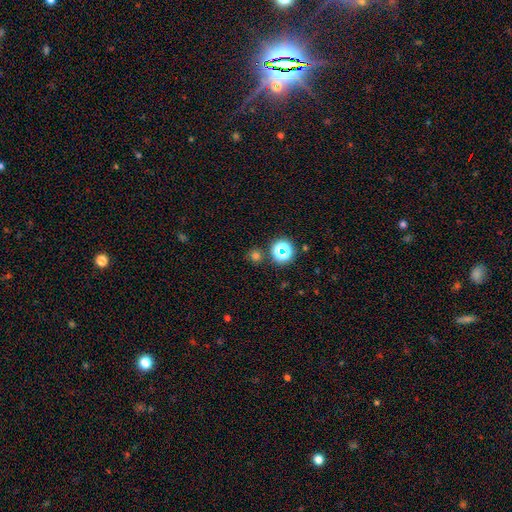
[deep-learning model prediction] Smooth or featured: smooth — 63% (star or artifact — 31%)
How rounded: round — 91% (in between — 8%)
Merging: none — 81% (minor disturbance — 9%)